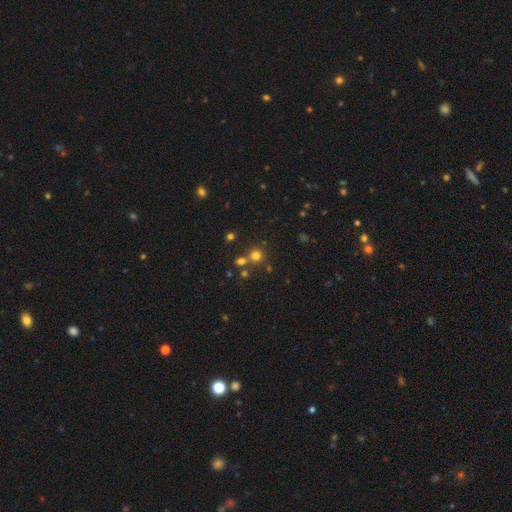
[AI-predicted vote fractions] Smooth or featured? smooth (70%)
How rounded? round (92%)
Merging? none (69%)